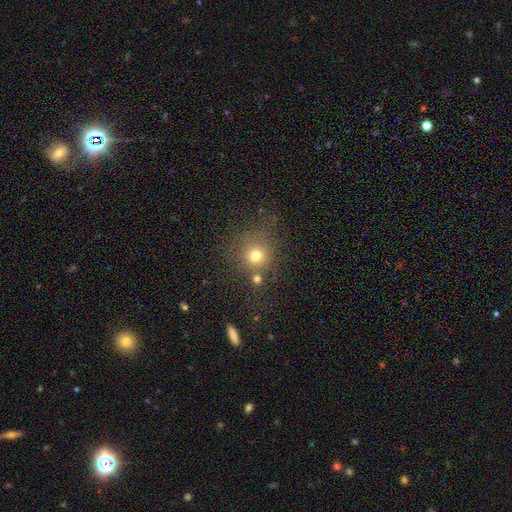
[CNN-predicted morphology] type=smooth (72%); roundness=round (90%); merging=none (64%).